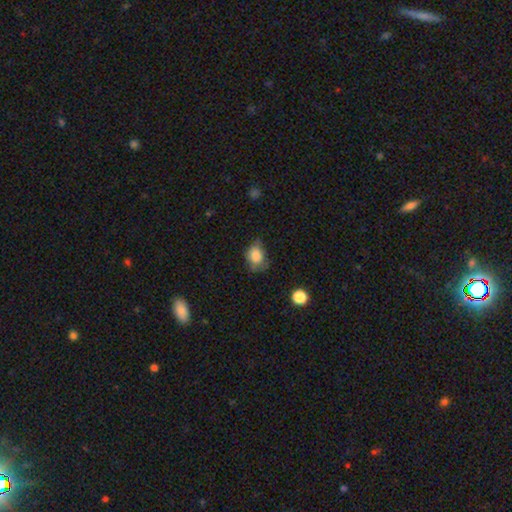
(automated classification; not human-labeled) smooth-or-featured: smooth: 80% | featured or disk: 11% | star or artifact: 9%
  how-rounded: in between: 61% | round: 38% | cigar-shaped: 1%
  merging: none: 45% | minor disturbance: 38% | major disturbance: 14% | merger: 2%